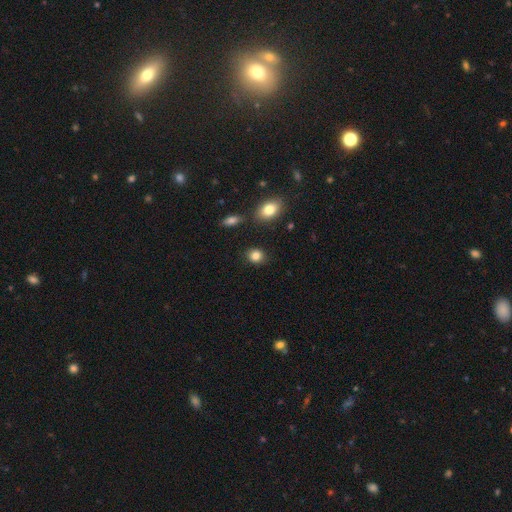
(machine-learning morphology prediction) Q: Smooth or featured?
A: smooth (85%); runner-up: star or artifact (10%)
Q: How rounded?
A: round (63%); runner-up: in between (36%)
Q: Merging?
A: none (85%); runner-up: minor disturbance (9%)